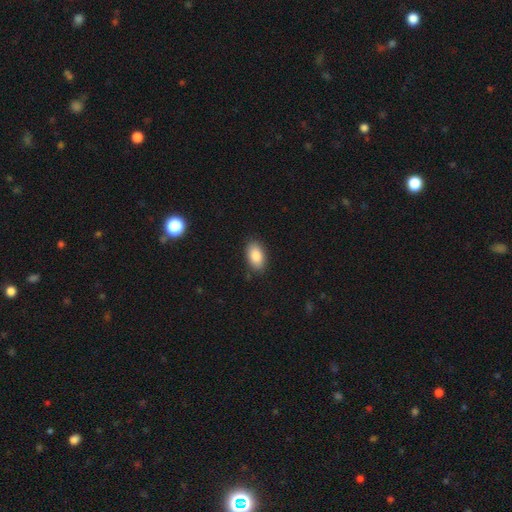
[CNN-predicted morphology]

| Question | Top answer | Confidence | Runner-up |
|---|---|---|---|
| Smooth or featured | smooth | 87% | star or artifact (7%) |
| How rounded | in between | 93% | round (5%) |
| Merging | none | 86% | minor disturbance (11%) |